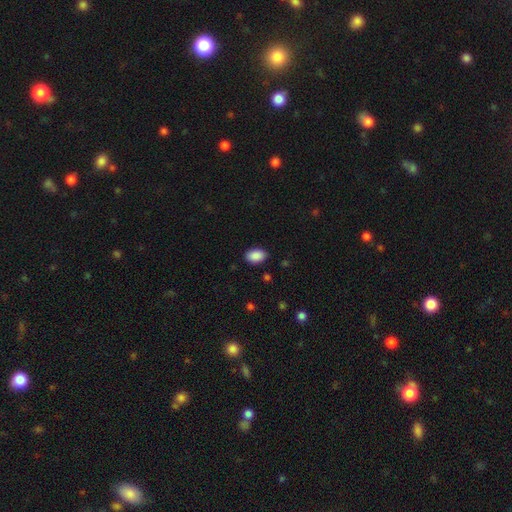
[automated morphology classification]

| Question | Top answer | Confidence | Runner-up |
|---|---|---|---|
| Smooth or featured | smooth | 90% | star or artifact (7%) |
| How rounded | in between | 90% | round (9%) |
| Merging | none | 88% | minor disturbance (9%) |